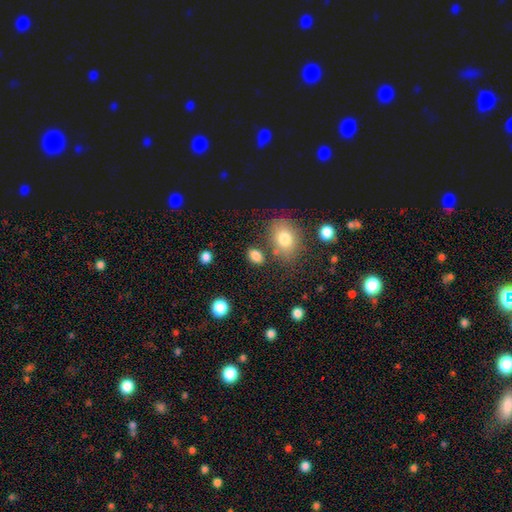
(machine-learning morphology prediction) smooth_or_featured: smooth (p=0.83) [alt: star or artifact p=0.11]
how_rounded: in between (p=0.83) [alt: round p=0.16]
merging: none (p=0.75) [alt: minor disturbance p=0.12]